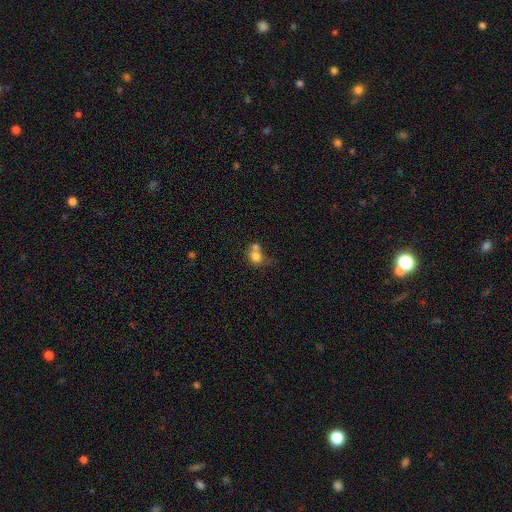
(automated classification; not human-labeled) Q: Smooth or featured?
A: smooth (76%); runner-up: featured or disk (14%)
Q: How rounded?
A: round (74%); runner-up: in between (25%)
Q: Merging?
A: merger (55%); runner-up: none (30%)